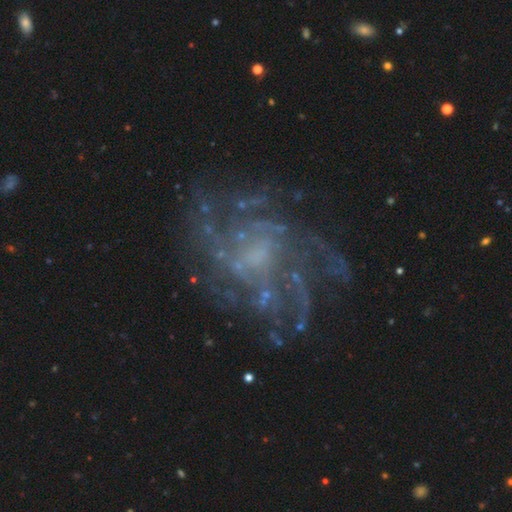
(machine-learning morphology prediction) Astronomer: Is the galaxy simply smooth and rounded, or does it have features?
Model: featured or disk — 82%.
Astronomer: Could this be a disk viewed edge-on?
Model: no — 98%.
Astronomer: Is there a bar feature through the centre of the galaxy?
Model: no — 53% (runner-up: weak, 39%).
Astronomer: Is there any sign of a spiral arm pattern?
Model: yes — 91%.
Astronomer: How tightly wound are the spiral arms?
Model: medium — 43% (runner-up: tight, 36%).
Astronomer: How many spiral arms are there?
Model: can't tell — 34% (runner-up: 4, 19%).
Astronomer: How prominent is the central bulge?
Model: small — 41% (runner-up: none, 32%).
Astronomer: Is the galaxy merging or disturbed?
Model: none — 66%.